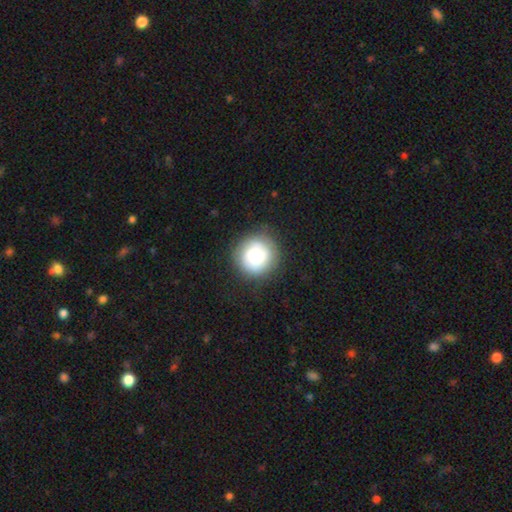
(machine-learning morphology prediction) Smooth or featured? Predicted: smooth (p=0.66). How rounded? Predicted: round (p=0.93). Merging? Predicted: none (p=0.83).